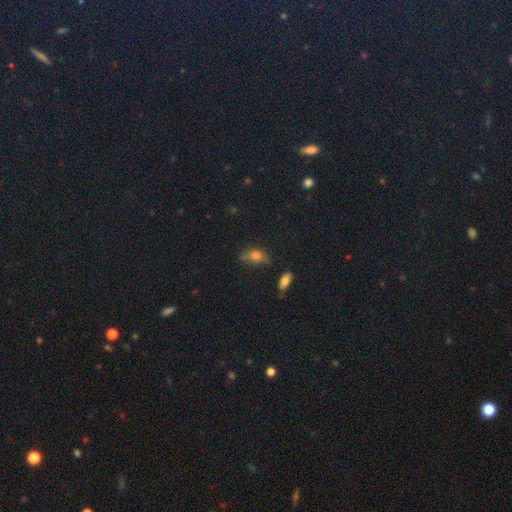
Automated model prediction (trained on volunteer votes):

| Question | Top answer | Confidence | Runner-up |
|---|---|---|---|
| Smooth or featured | smooth | 69% | featured or disk (16%) |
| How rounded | in between | 80% | round (13%) |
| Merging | none | 54% | minor disturbance (30%) |